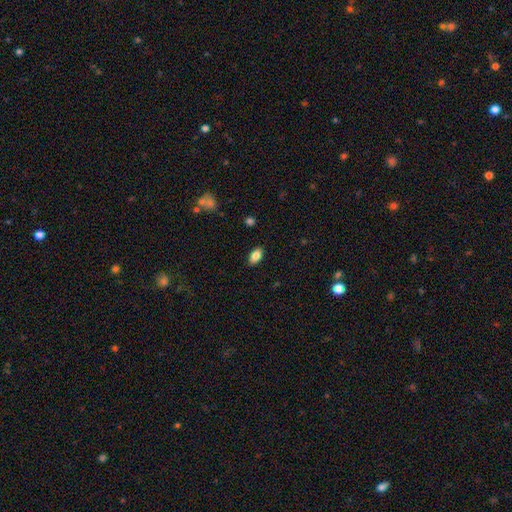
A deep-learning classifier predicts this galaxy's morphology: Q: Smooth or featured?
A: smooth (83%); runner-up: featured or disk (9%)
Q: How rounded?
A: in between (91%); runner-up: round (5%)
Q: Merging?
A: none (88%); runner-up: minor disturbance (9%)